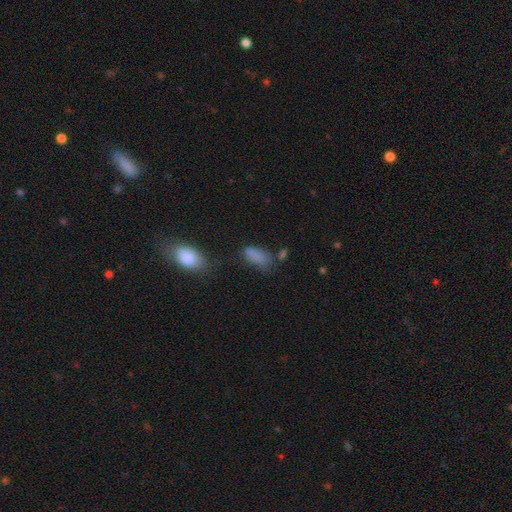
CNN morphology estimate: smooth 80%, star or artifact 12%, featured or disk 8%. Down the decision tree: how rounded — in between (84%); merging — none (45%).